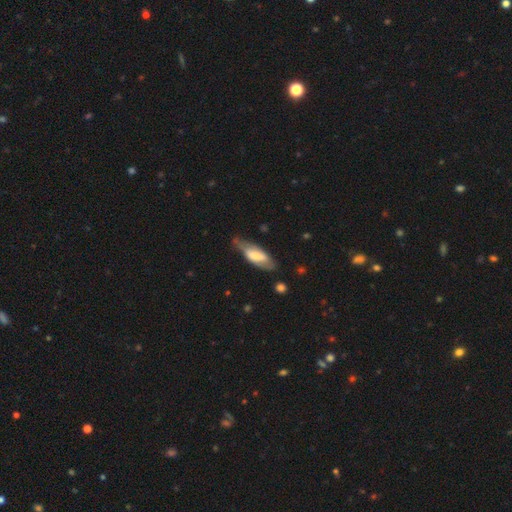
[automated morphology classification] type=smooth (52%); roundness=in between (64%); merging=none (57%).